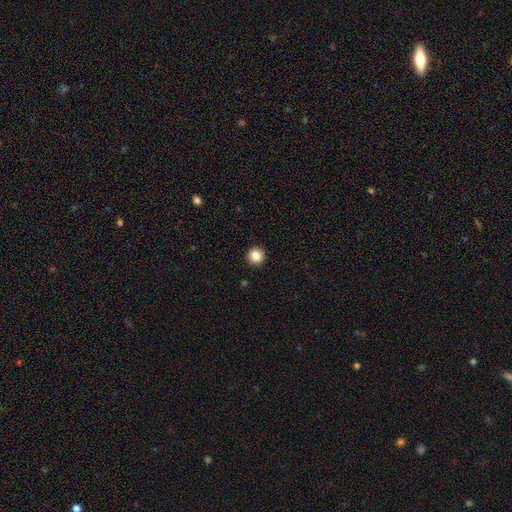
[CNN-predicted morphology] The model was most divided on "smooth or featured": smooth: 84%, star or artifact: 10%, featured or disk: 6%. More confident: how rounded — round (95%); merging — none (93%).